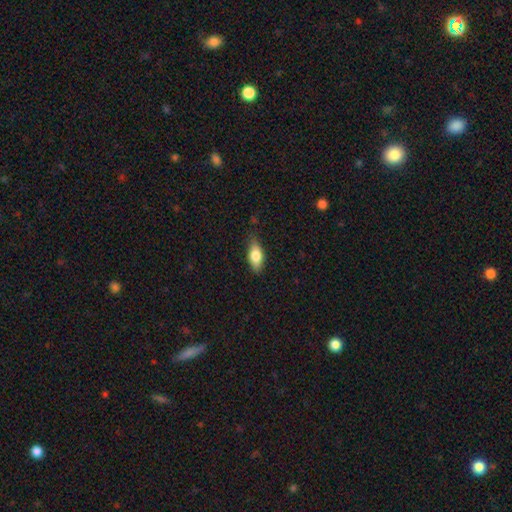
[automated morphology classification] This appears to be a smooth galaxy with no disk features (76%) that is in between round and cigar-shaped (83%). Merging: none (79%).